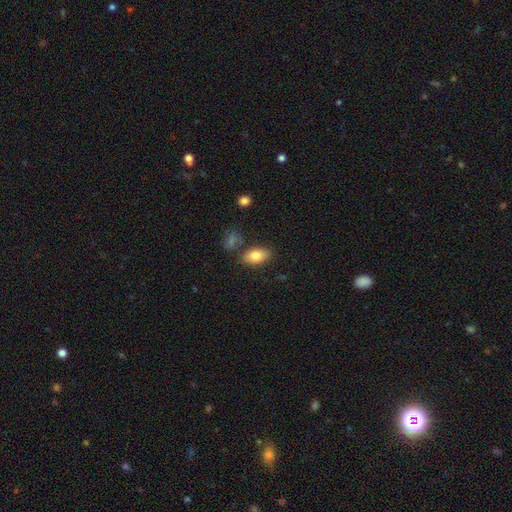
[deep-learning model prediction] A smooth galaxy with no disk features (82%) that is in between round and cigar-shaped (90%). Merging: none (77%).